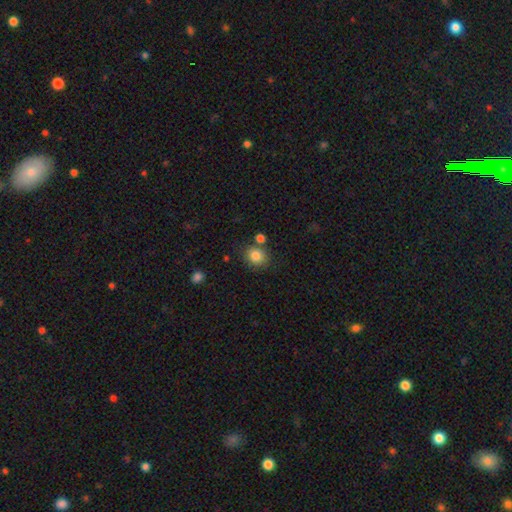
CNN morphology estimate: Smooth or featured? Predicted: smooth (p=0.83). How rounded? Predicted: round (p=0.72). Merging? Predicted: none (p=0.74).